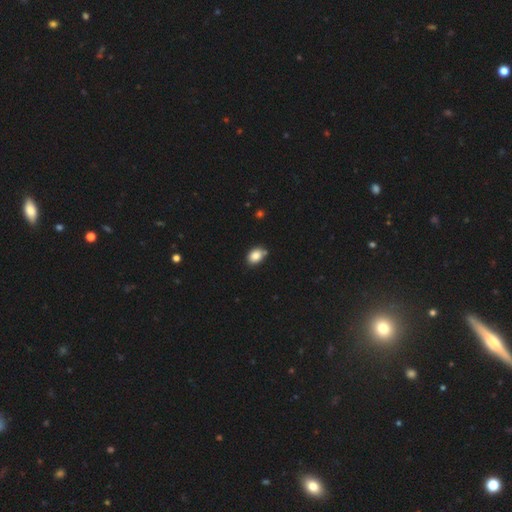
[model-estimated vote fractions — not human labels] A smooth galaxy with no disk features (85%) that is in between round and cigar-shaped (71%). Merging: none (72%).